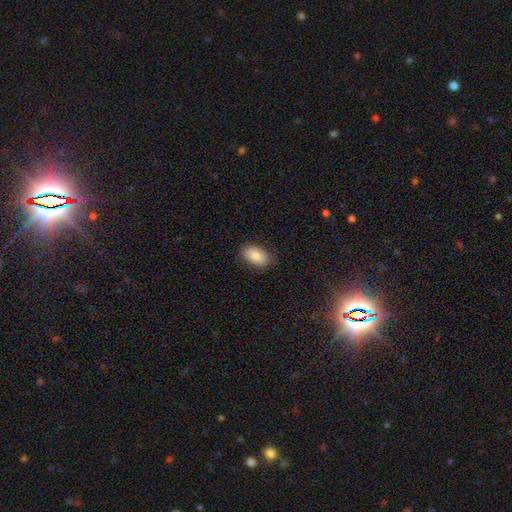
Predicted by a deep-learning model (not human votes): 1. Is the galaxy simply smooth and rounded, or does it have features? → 84% smooth, 9% featured or disk, 7% star or artifact.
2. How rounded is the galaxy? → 92% in between, 7% round, 1% cigar-shaped.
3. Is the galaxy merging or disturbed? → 85% none, 12% minor disturbance, 2% major disturbance, 1% merger.